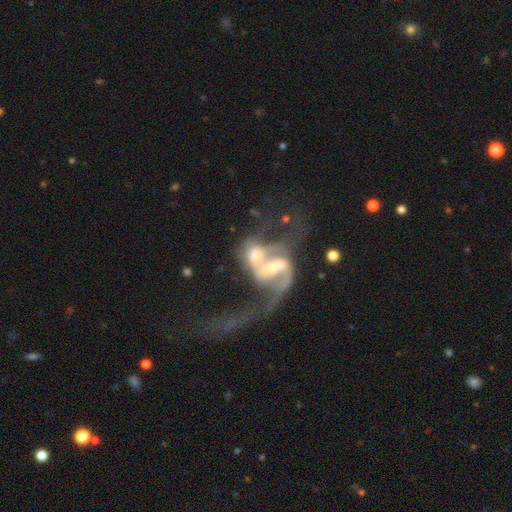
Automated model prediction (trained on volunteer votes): Smooth or featured? featured or disk (78%)
Edge-on disk? no (96%)
Bar? weak (35%, tied with strong)
Spiral arms? yes (79%)
Spiral winding? loose (62%)
Spiral arm count? 2 (68%)
Bulge size? moderate (43%)
Merging? merger (65%)